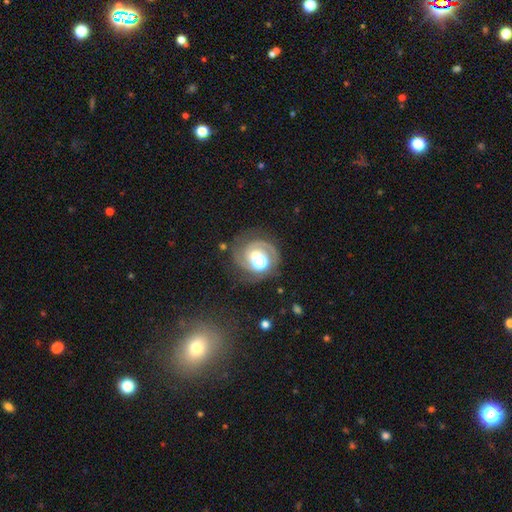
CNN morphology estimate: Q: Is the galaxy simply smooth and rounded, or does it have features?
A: featured or disk — 72%.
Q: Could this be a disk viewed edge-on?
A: no — 98%.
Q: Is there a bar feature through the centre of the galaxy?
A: no — 60%.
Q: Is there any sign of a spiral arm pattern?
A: yes — 84%.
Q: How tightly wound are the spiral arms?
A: tight — 52%.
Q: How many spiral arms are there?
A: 1 — 38%.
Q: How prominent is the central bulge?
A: moderate — 41%.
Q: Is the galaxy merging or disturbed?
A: none — 52%.